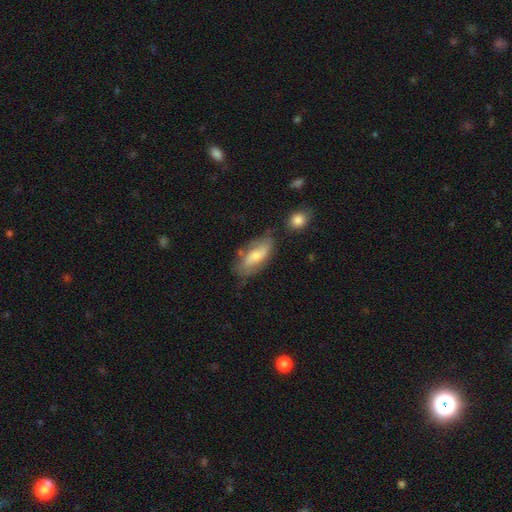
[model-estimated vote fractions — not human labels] A smooth galaxy with no disk features (52%) that is in between round and cigar-shaped (82%). Merging: none (60%).